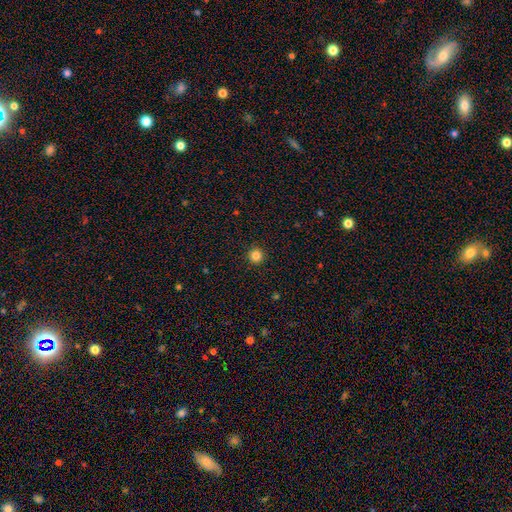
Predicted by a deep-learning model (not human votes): A smooth galaxy with no disk features (84%) that is round (96%).

Vote fractions:
- Smooth or featured? smooth: 84% / star or artifact: 12% / featured or disk: 4%
- How rounded? round: 96% / in between: 3% / cigar-shaped: 1%
- Merging? none: 93% / minor disturbance: 4% / major disturbance: 2% / merger: 1%